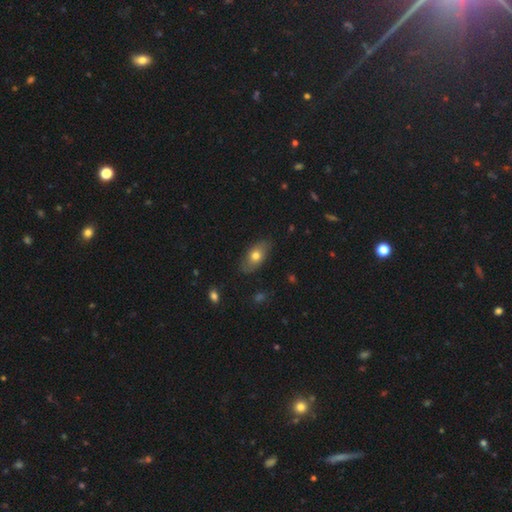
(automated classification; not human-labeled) Morphology: type=smooth (69%); roundness=in between (86%); merging=none (82%).